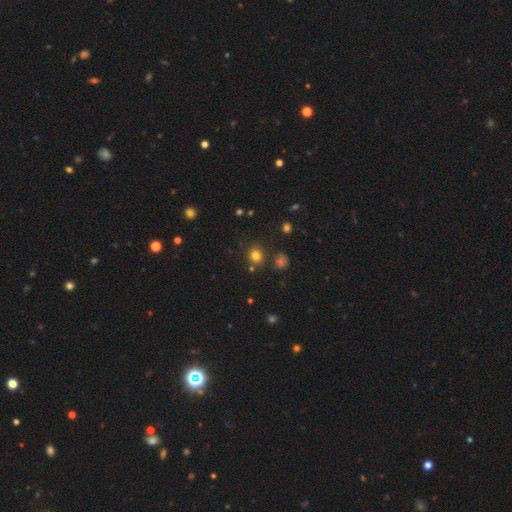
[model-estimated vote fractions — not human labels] Q: Smooth or featured?
A: smooth (78%); runner-up: star or artifact (16%)
Q: How rounded?
A: round (84%); runner-up: in between (15%)
Q: Merging?
A: none (82%); runner-up: minor disturbance (9%)